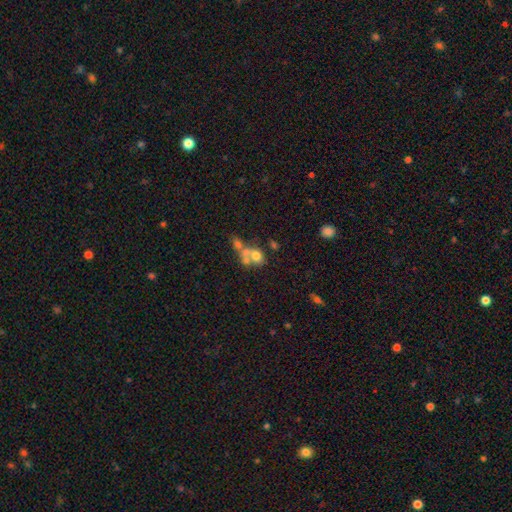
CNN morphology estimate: smooth_or_featured: smooth (p=0.59) [alt: featured or disk p=0.27]
how_rounded: round (p=0.53) [alt: in between p=0.45]
merging: merger (p=0.60) [alt: none p=0.24]